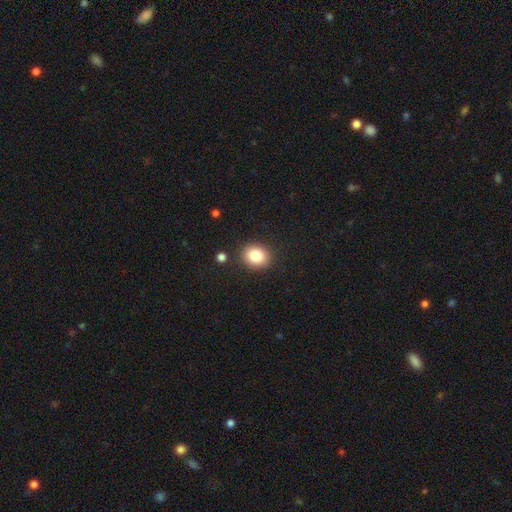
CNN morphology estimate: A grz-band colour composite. It shows a smooth galaxy with no disk features (85%) that is round (60%). Merging: none (86%).